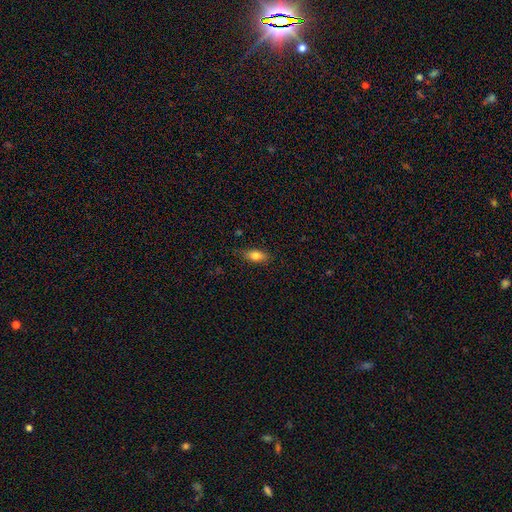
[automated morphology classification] smooth_or_featured: smooth (p=0.79) [alt: featured or disk p=0.13]
how_rounded: in between (p=0.82) [alt: cigar-shaped p=0.12]
merging: none (p=0.79) [alt: minor disturbance p=0.16]